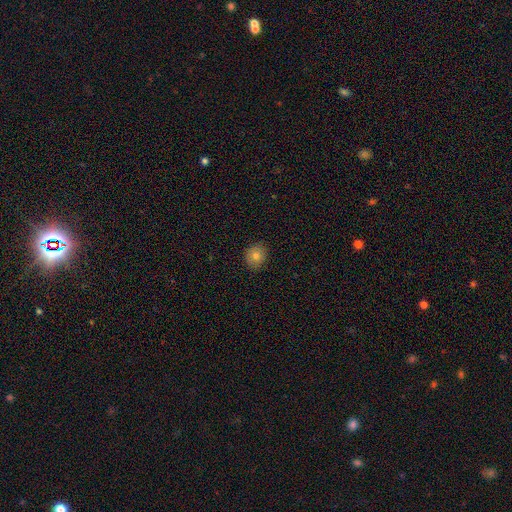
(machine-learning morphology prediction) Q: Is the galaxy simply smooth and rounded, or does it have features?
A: smooth — 77%.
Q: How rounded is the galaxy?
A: round — 80%.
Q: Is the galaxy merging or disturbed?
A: none — 86%.